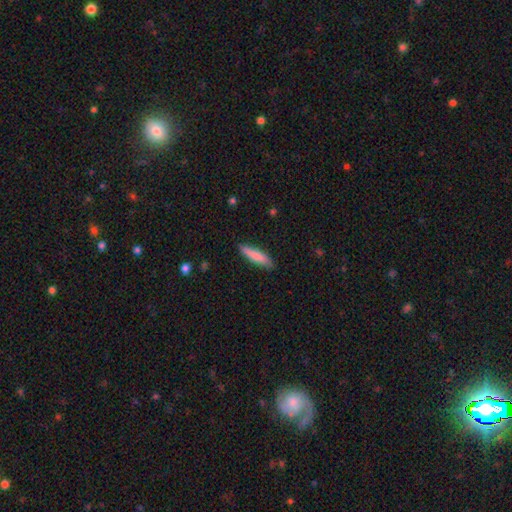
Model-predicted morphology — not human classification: A smooth galaxy with no disk features (80%) that is cigar-shaped (81%). Merging: none (86%).